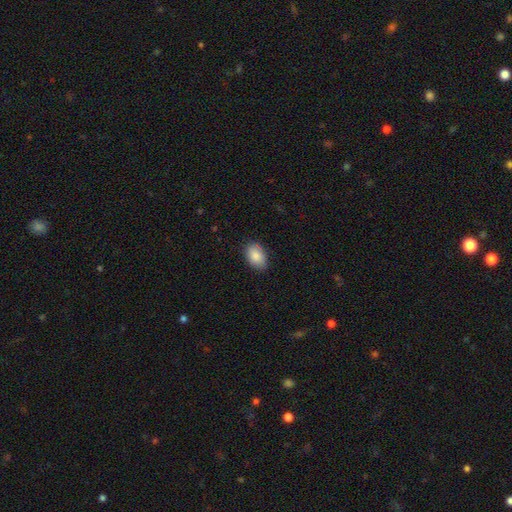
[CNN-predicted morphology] A smooth galaxy with no disk features (89%) that is in between round and cigar-shaped (91%). Merging: none (84%).